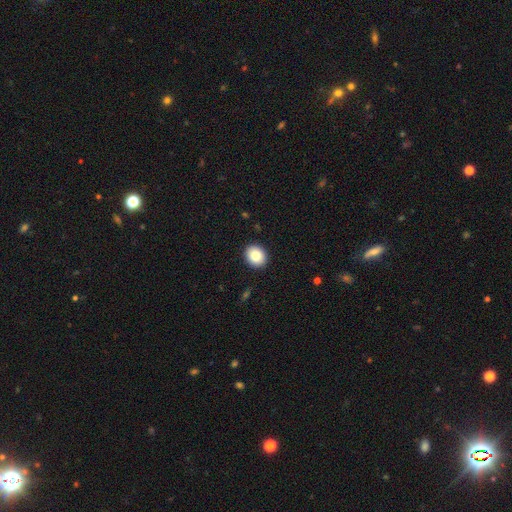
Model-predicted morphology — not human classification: smooth-or-featured: smooth: 85% | star or artifact: 8% | featured or disk: 7%
  how-rounded: round: 63% | in between: 37% | cigar-shaped: 1%
  merging: none: 92% | minor disturbance: 6% | major disturbance: 2% | merger: 1%